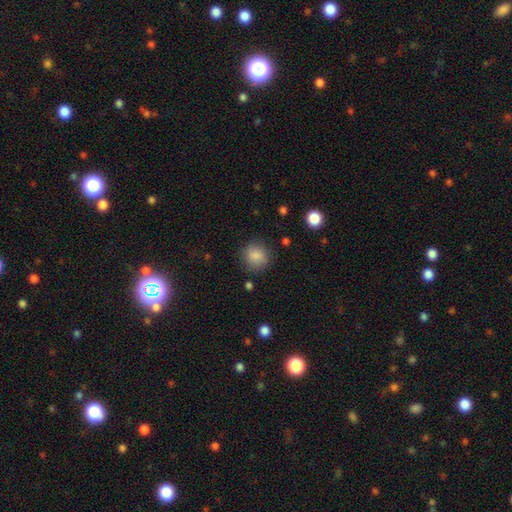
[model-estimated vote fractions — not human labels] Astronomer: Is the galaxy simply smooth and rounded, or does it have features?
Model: smooth — 85%.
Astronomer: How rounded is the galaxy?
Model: round — 90%.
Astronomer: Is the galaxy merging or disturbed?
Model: none — 83%.